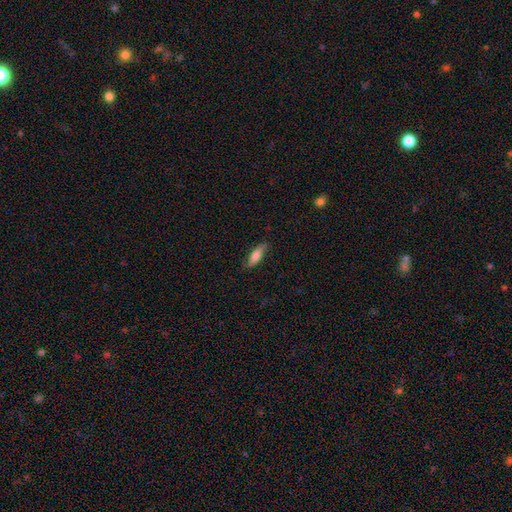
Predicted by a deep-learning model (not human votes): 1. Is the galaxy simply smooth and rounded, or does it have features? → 66% smooth, 28% featured or disk, 6% star or artifact.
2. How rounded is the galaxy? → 51% in between, 47% cigar-shaped, 2% round.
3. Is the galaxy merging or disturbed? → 77% none, 18% minor disturbance, 4% major disturbance, 1% merger.